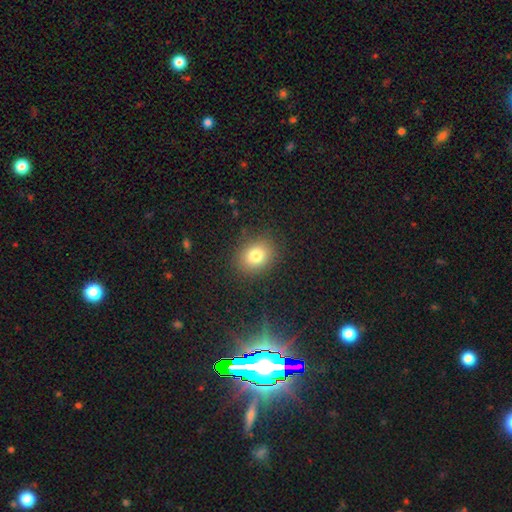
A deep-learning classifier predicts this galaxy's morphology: Smooth or featured: smooth — 79% (star or artifact — 12%)
How rounded: round — 56% (in between — 43%)
Merging: none — 86% (minor disturbance — 9%)